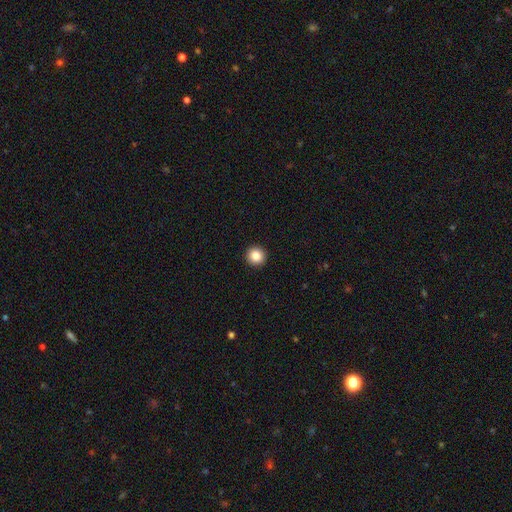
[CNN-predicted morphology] Q: Smooth or featured?
A: smooth (86%); runner-up: star or artifact (10%)
Q: How rounded?
A: round (95%); runner-up: in between (4%)
Q: Merging?
A: none (94%); runner-up: minor disturbance (4%)